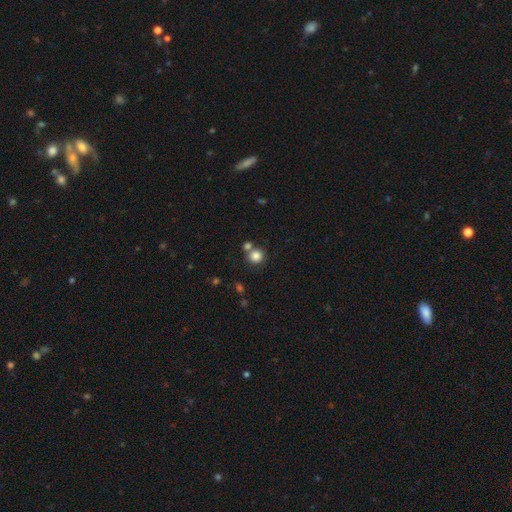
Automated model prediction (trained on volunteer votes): Overall: smooth (83%). How rounded: round (87%). Merging: none (63%; merger 25%).